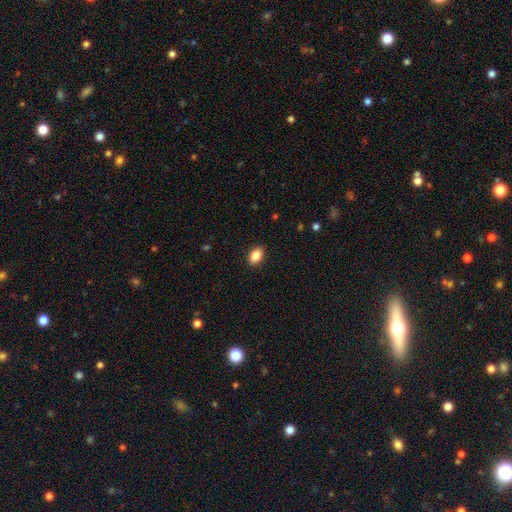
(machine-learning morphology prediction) Overall: smooth (87%). How rounded: in between (88%). Merging: none (90%).